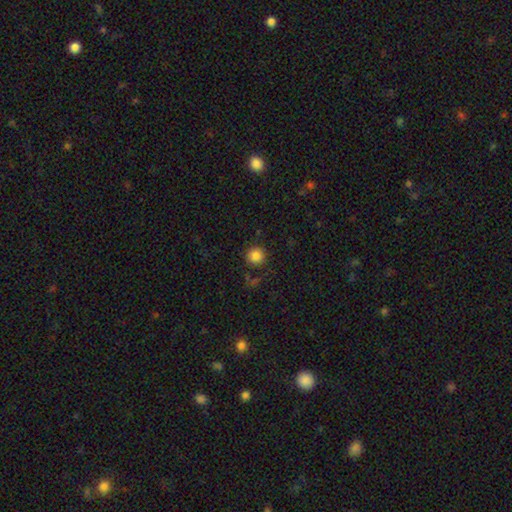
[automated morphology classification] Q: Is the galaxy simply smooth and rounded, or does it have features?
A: smooth — 85%.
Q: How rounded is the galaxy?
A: round — 94%.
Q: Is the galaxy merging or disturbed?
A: none — 86%.